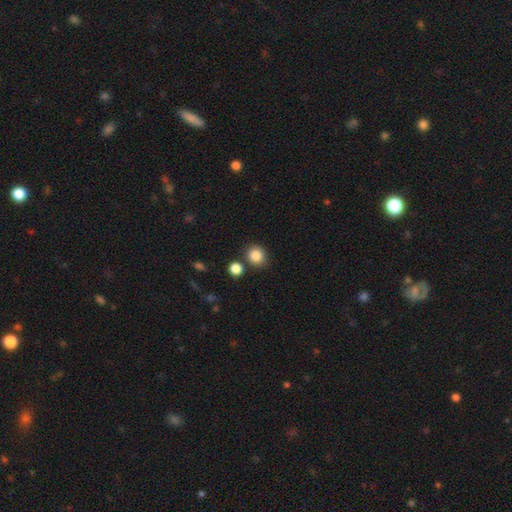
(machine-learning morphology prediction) This appears to be a smooth galaxy with no disk features (86%) that is round (84%). Merging: none (79%).